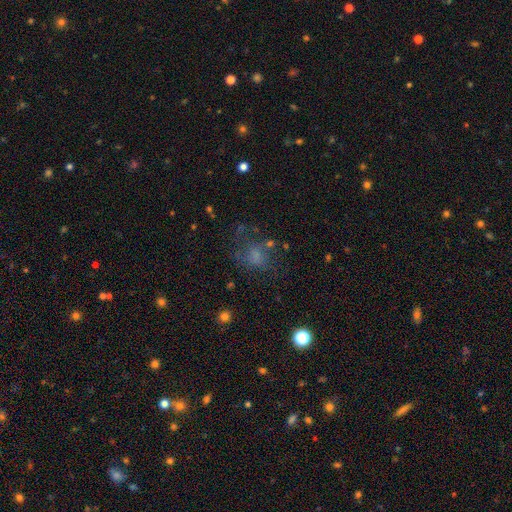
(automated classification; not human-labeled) Smooth or featured?
  - smooth: 50% *
  - featured or disk: 29%
  - star or artifact: 21%
Merging?
  - none: 48% *
  - major disturbance: 27%
  - minor disturbance: 20%
  - merger: 5%